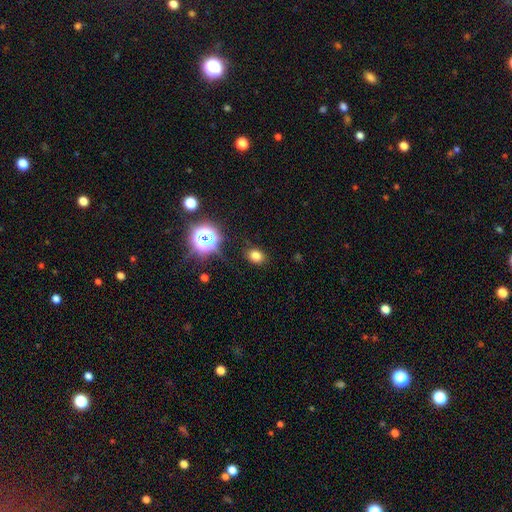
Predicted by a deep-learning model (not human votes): Smooth or featured: smooth — 75% (star or artifact — 19%)
How rounded: in between — 53% (round — 46%)
Merging: none — 84% (minor disturbance — 10%)